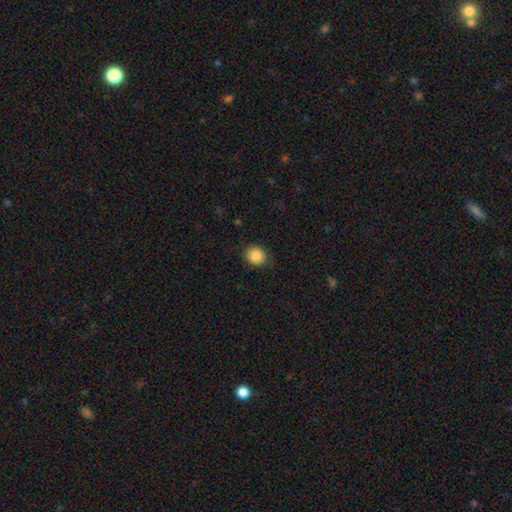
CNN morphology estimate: Smooth or featured: smooth — 86% (star or artifact — 9%)
How rounded: round — 78% (in between — 21%)
Merging: none — 86% (minor disturbance — 11%)